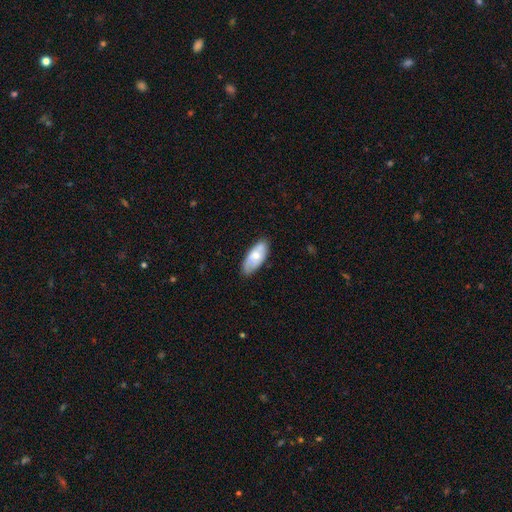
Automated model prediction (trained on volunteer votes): Smooth or featured?
  - smooth: 56% *
  - featured or disk: 38%
  - star or artifact: 6%
How rounded?
  - in between: 87% *
  - cigar-shaped: 11%
  - round: 2%
Merging?
  - none: 73% *
  - minor disturbance: 22%
  - major disturbance: 4%
  - merger: 2%